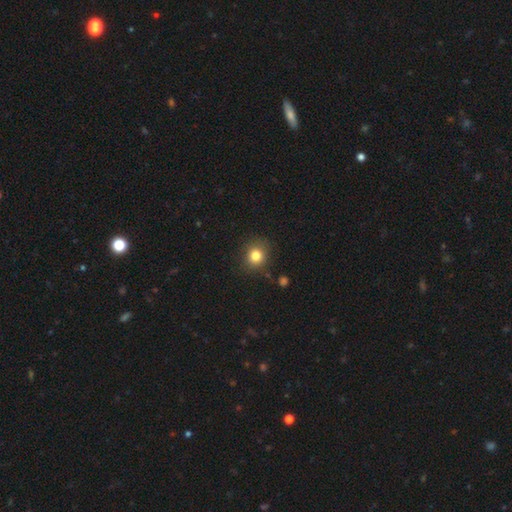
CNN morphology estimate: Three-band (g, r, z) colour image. It shows a smooth galaxy with no disk features (82%) that is round (84%). Merging: none (86%).